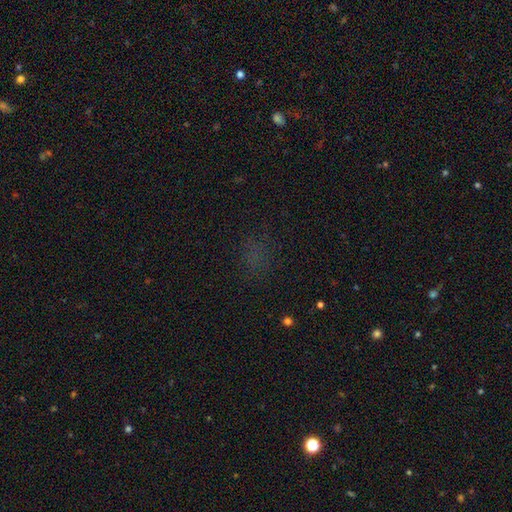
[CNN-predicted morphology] This is possibly a smooth galaxy (48%). Merging: likely none (76%).